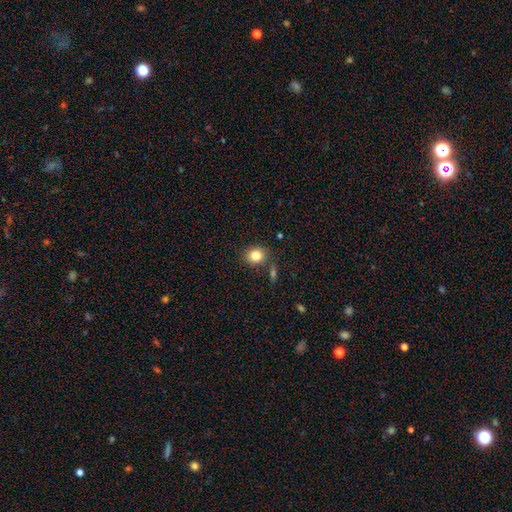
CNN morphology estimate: Smooth or featured?
  - smooth: 83% *
  - star or artifact: 10%
  - featured or disk: 7%
How rounded?
  - round: 68% *
  - in between: 31%
  - cigar-shaped: 1%
Merging?
  - none: 80% *
  - minor disturbance: 10%
  - merger: 7%
  - major disturbance: 3%